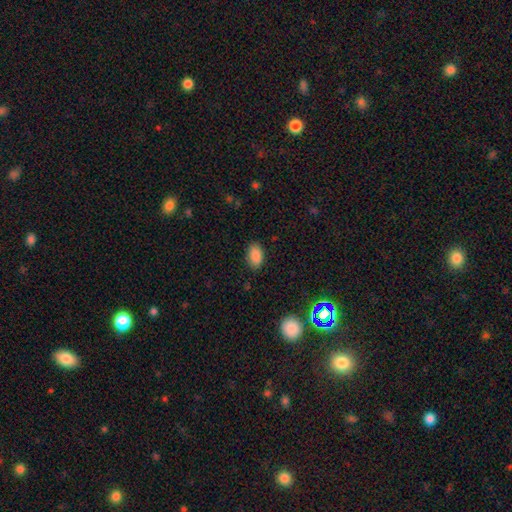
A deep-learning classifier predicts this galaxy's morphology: This is clearly a smooth galaxy (88%). How rounded: clearly in between (93%). Merging: clearly none (86%).